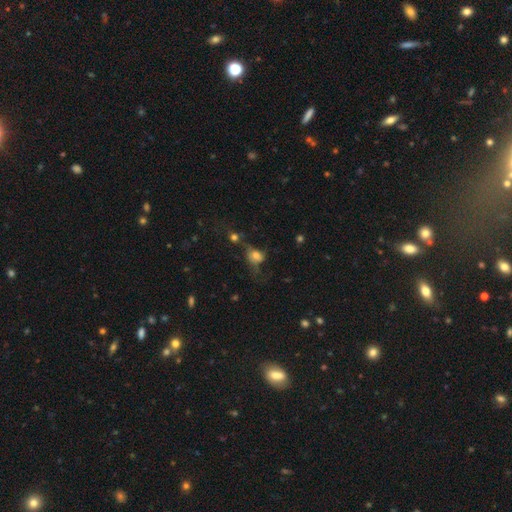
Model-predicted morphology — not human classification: type=smooth (63%); roundness=in between (55%); merging=major disturbance (35%).